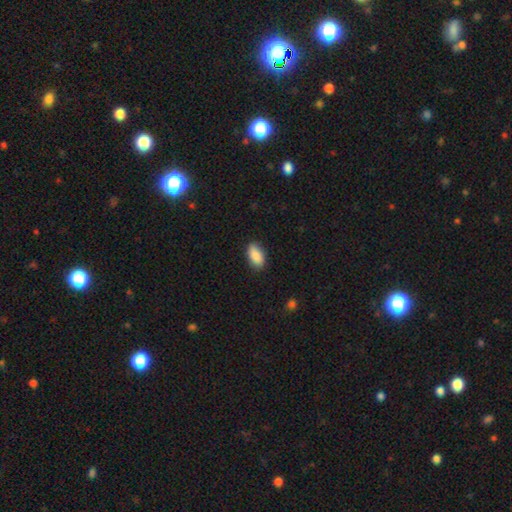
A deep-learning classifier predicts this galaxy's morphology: Smooth or featured? Predicted: smooth (p=0.86). How rounded? Predicted: in between (p=0.91). Merging? Predicted: none (p=0.81).